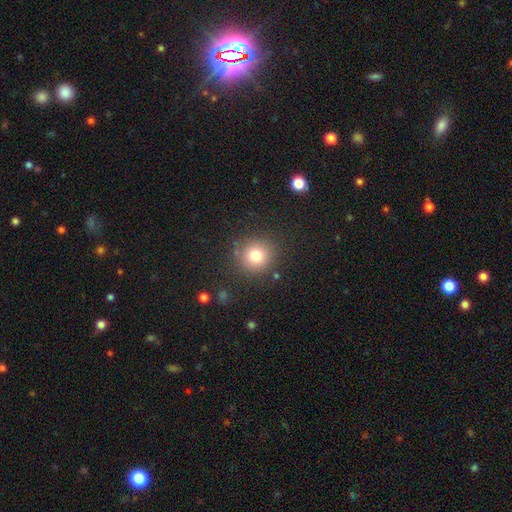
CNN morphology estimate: A smooth galaxy with no disk features (78%) that is round (92%).

Vote fractions:
- Smooth or featured? smooth: 78% / star or artifact: 13% / featured or disk: 9%
- How rounded? round: 92% / in between: 7% / cigar-shaped: 1%
- Merging? none: 85% / minor disturbance: 9% / major disturbance: 4% / merger: 3%